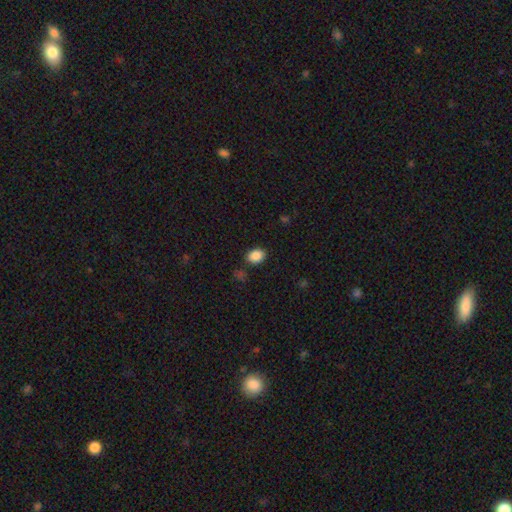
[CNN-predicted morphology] This appears to be a smooth galaxy with no disk features (88%) that is in between round and cigar-shaped (69%). Merging: none (84%).